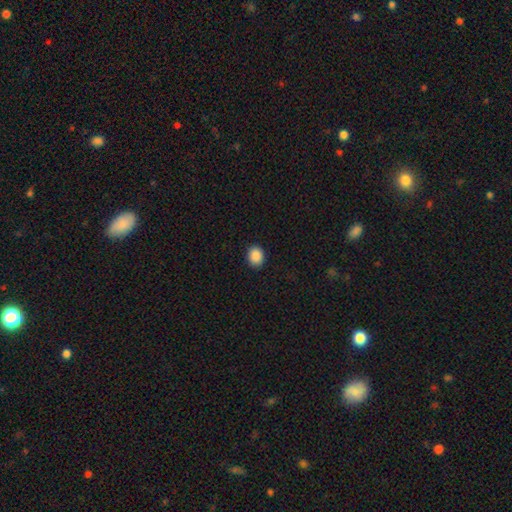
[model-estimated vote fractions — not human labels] A smooth galaxy with no disk features (89%) that is round (52%). Merging: none (91%).